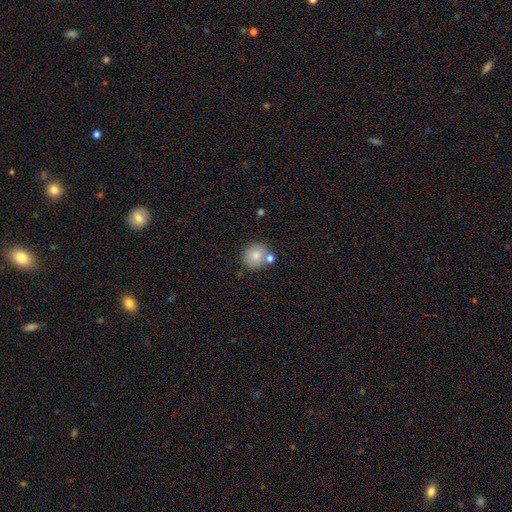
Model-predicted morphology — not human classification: Q: Smooth or featured?
A: smooth (80%); runner-up: featured or disk (11%)
Q: How rounded?
A: round (90%); runner-up: in between (9%)
Q: Merging?
A: none (69%); runner-up: merger (17%)